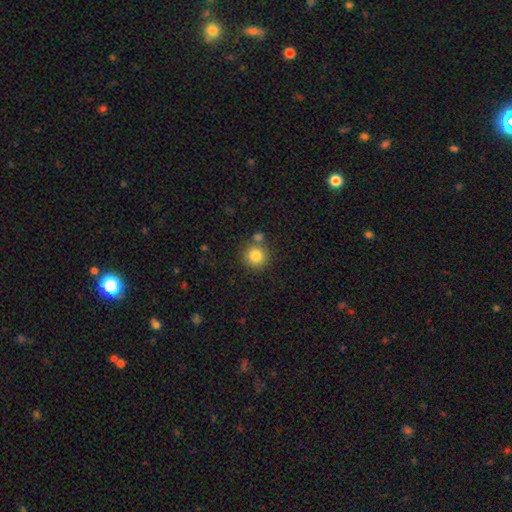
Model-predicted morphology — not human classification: This appears to be a smooth galaxy with no disk features (82%) that is round (93%). Merging: none (74%).